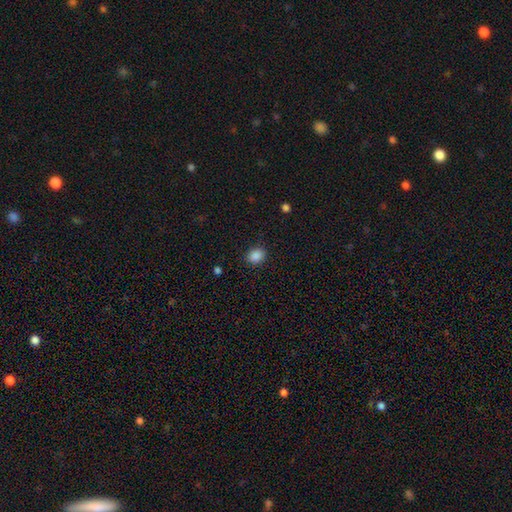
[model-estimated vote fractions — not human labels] Overall: smooth (87%). How rounded: round (52%; in between 47%). Merging: none (86%).